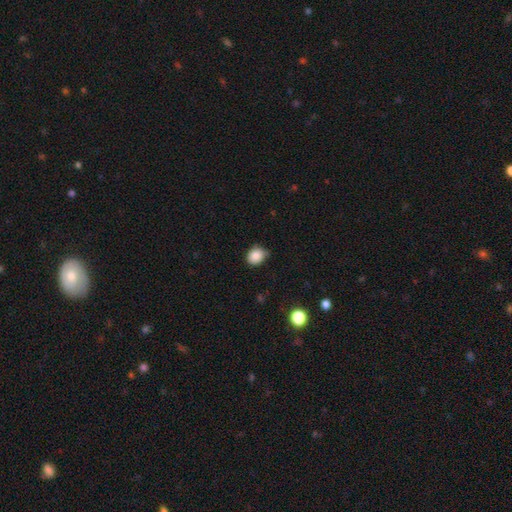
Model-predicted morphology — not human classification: Smooth or featured?
  - smooth: 86% *
  - star or artifact: 9%
  - featured or disk: 5%
How rounded?
  - round: 61% *
  - in between: 38%
  - cigar-shaped: 1%
Merging?
  - none: 60% *
  - minor disturbance: 34%
  - major disturbance: 5%
  - merger: 2%